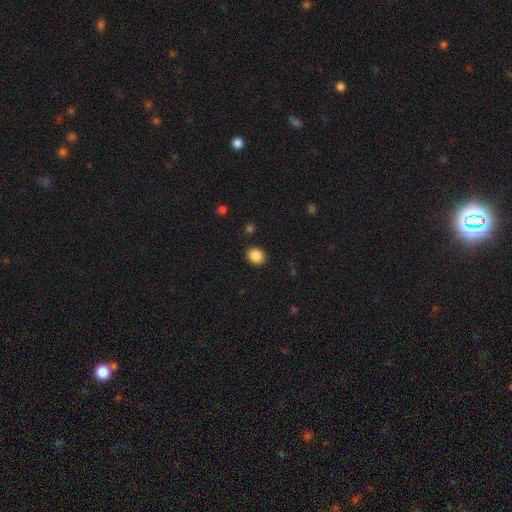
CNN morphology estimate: Smooth or featured? Predicted: smooth (p=0.87). How rounded? Predicted: round (p=0.65). Merging? Predicted: none (p=0.90).